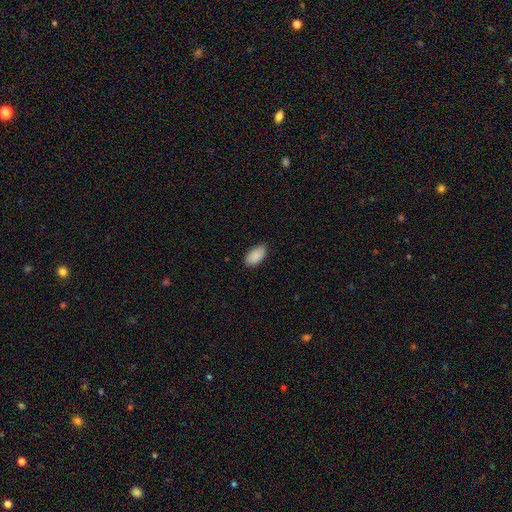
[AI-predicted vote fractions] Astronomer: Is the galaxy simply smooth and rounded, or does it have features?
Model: smooth — 88%.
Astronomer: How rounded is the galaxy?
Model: in between — 95%.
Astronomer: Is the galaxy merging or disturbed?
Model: none — 81%.